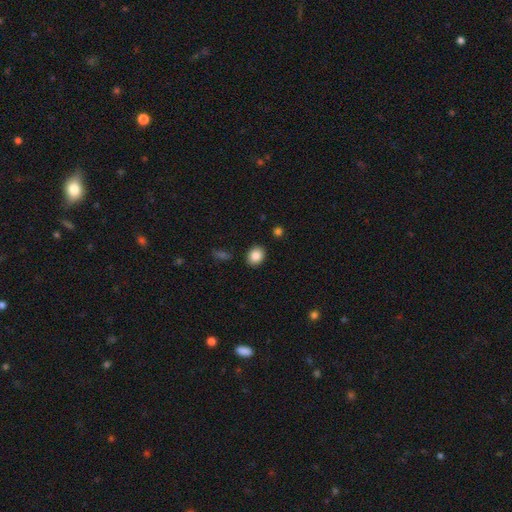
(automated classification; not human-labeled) A smooth galaxy with no disk features (87%) that is round (52%). Merging: none (88%).